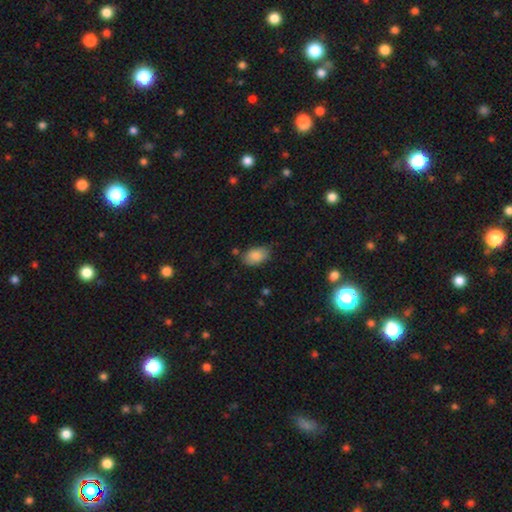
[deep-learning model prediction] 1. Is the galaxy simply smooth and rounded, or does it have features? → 87% smooth, 7% star or artifact, 6% featured or disk.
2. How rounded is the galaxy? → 91% in between, 7% round, 1% cigar-shaped.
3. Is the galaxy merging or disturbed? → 75% none, 18% minor disturbance, 4% major disturbance, 3% merger.